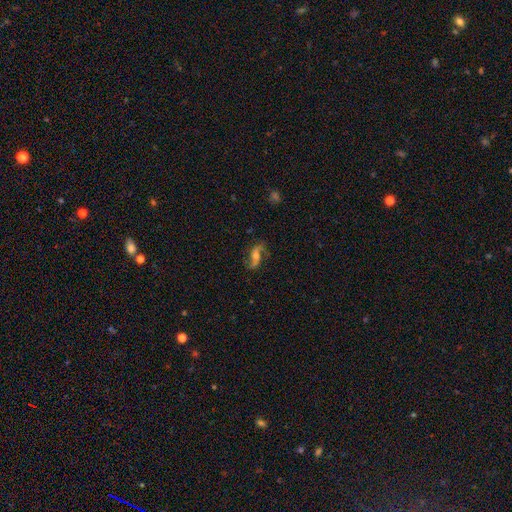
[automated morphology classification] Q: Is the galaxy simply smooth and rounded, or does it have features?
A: featured or disk — 79%.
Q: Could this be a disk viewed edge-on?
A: no — 92%.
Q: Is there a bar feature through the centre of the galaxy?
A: no — 42%.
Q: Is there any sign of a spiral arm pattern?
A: yes — 94%.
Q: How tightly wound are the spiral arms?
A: loose — 68%.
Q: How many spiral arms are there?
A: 2 — 91%.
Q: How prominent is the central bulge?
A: moderate — 54%.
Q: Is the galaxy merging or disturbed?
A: none — 76%.